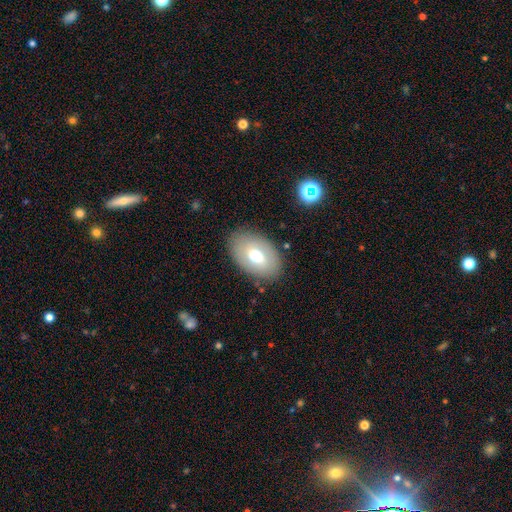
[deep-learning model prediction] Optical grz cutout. It shows a smooth galaxy with no disk features (60%) that is in between round and cigar-shaped (89%). Merging: none (84%).